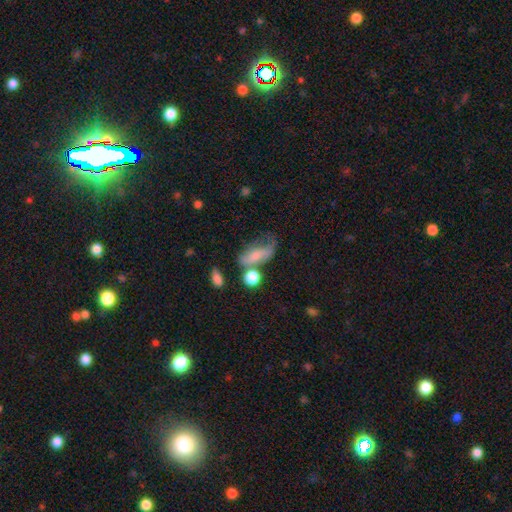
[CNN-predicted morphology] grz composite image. It shows a smooth galaxy with no disk features (62%) that is in between round and cigar-shaped (74%). Merging: major disturbance (30%).